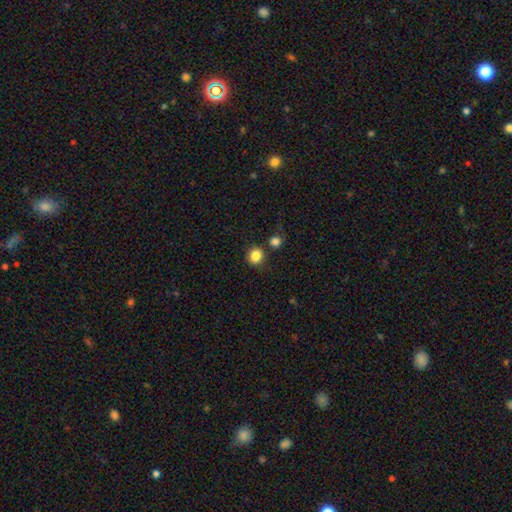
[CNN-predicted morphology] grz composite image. It shows a smooth galaxy with no disk features (84%) that is round (77%). Merging: none (77%).